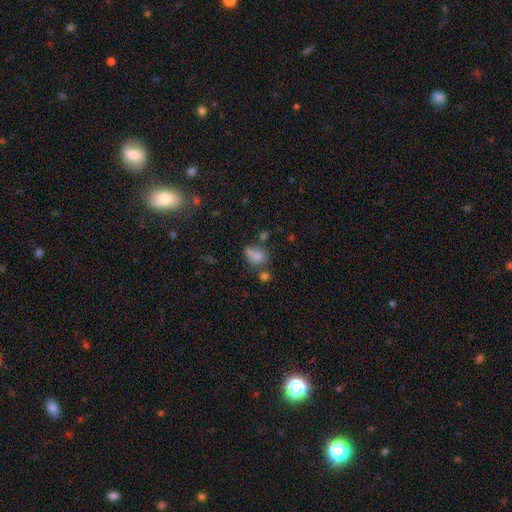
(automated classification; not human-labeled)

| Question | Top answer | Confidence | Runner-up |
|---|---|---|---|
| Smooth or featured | smooth | 74% | star or artifact (14%) |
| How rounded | in between | 74% | round (22%) |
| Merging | none | 37% | minor disturbance (24%) |